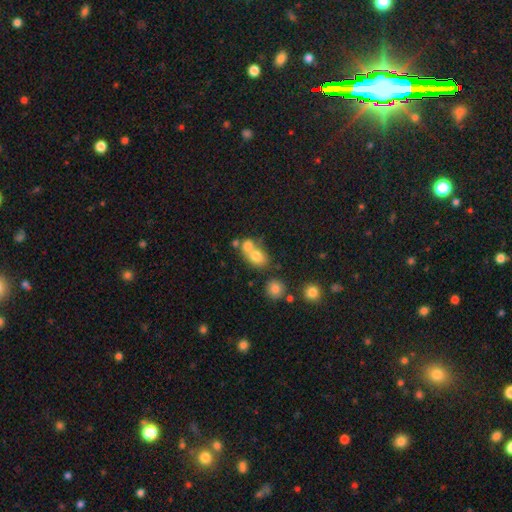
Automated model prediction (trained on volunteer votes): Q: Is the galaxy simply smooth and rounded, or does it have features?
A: smooth — 74%.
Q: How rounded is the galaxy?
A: in between — 52%.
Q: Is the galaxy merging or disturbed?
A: merger — 56%.